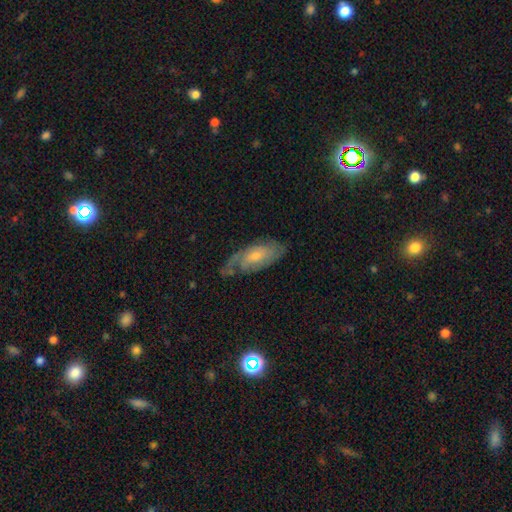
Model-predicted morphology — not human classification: Smooth or featured?
  - featured or disk: 69% *
  - smooth: 24%
  - star or artifact: 7%
Edge-on disk?
  - no: 89% *
  - yes: 11%
Bar?
  - no: 63% *
  - weak: 32%
  - strong: 5%
Spiral arms?
  - yes: 89% *
  - no: 11%
Spiral winding?
  - tight: 47% *
  - medium: 38%
  - loose: 15%
Spiral arm count?
  - 2: 47% *
  - can't tell: 30%
  - 1: 12%
  - 3: 6%
  - 4: 2%
  - more than 4: 2%
Bulge size?
  - small: 53% *
  - moderate: 39%
  - none: 5%
  - large: 3%
  - dominant: 1%
Merging?
  - none: 65% *
  - minor disturbance: 23%
  - major disturbance: 11%
  - merger: 2%